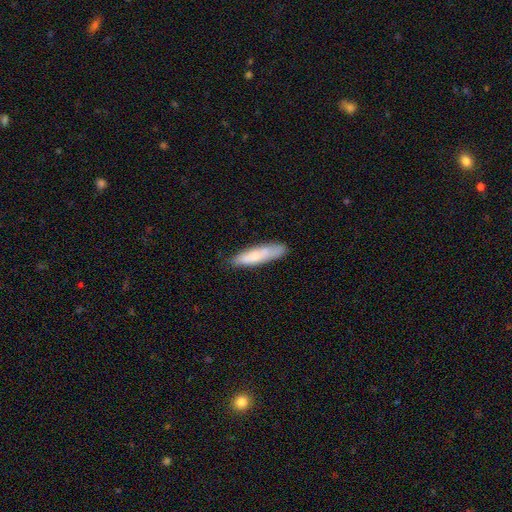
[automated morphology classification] Q: Smooth or featured?
A: smooth (74%); runner-up: featured or disk (20%)
Q: How rounded?
A: cigar-shaped (76%); runner-up: in between (22%)
Q: Merging?
A: none (78%); runner-up: minor disturbance (17%)